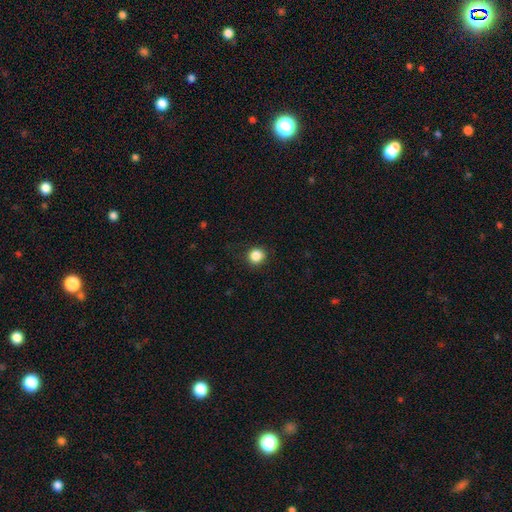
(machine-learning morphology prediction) smooth-or-featured: smooth: 86% | star or artifact: 11% | featured or disk: 4%
  how-rounded: round: 91% | in between: 8% | cigar-shaped: 1%
  merging: none: 89% | minor disturbance: 7% | major disturbance: 2% | merger: 1%